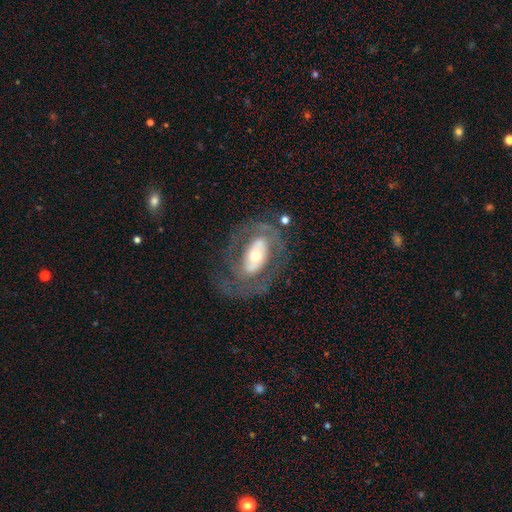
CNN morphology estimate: smooth_or_featured: featured or disk (p=0.69) [alt: smooth p=0.24]
disk_edge_on: no (p=0.92) [alt: yes p=0.08]
bar: no (p=0.56) [alt: weak p=0.22]
has_spiral_arms: no (p=0.50) [tied with: yes p=0.50]
bulge_size: moderate (p=0.55) [alt: small p=0.31]
merging: none (p=0.65) [alt: major disturbance p=0.16]